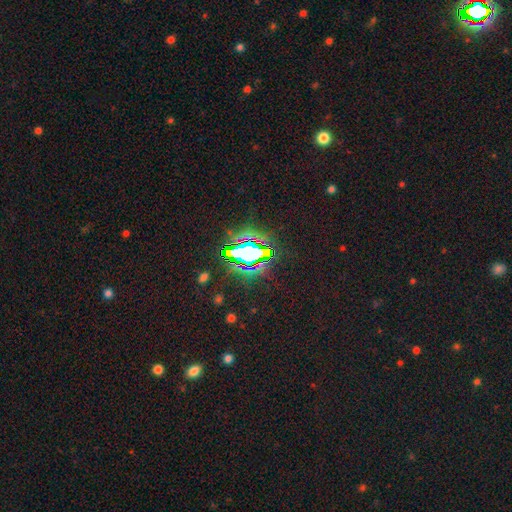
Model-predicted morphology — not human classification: Q: Smooth or featured?
A: star or artifact (82%); runner-up: smooth (11%)